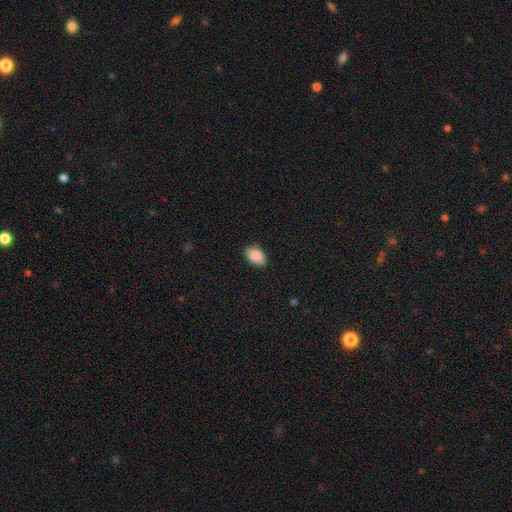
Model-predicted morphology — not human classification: This is clearly a smooth galaxy (89%). How rounded: clearly in between (90%). Merging: clearly none (83%).